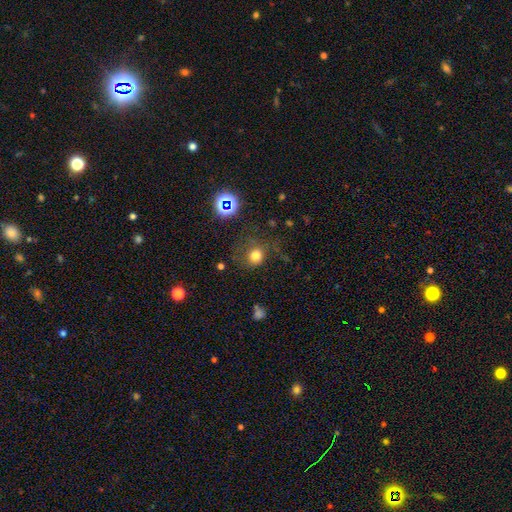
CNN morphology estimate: This is likely a smooth galaxy (73%). How rounded: clearly round (81%). Merging: likely none (65%).